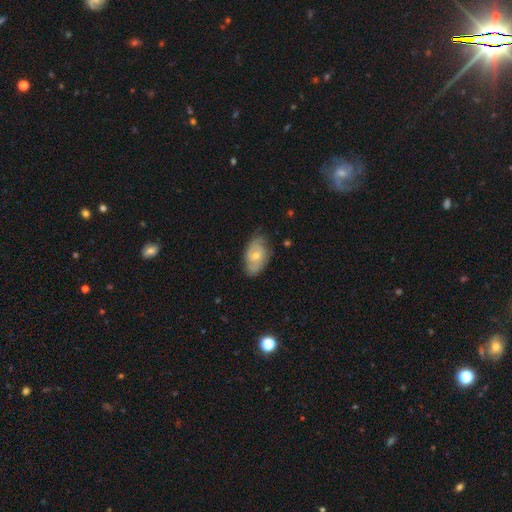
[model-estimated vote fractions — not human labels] Overall: smooth (47%, tied with featured or disk). Merging: none (66%).